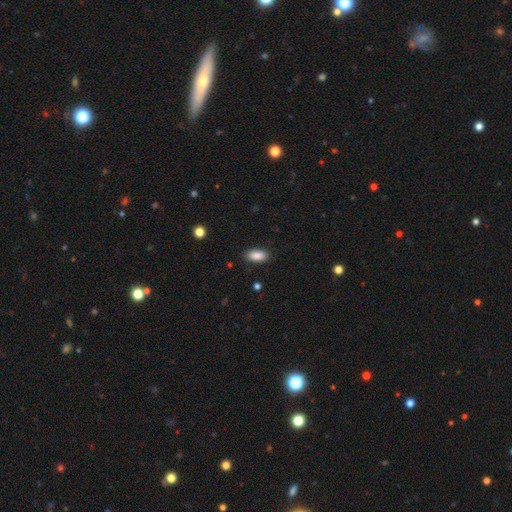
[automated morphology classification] type=smooth (89%); roundness=in between (90%); merging=none (88%).